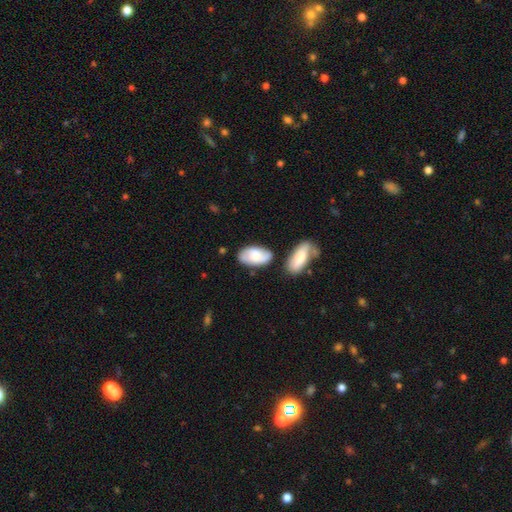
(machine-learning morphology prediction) Smooth or featured? smooth (63%)
How rounded? in between (94%)
Merging? none (65%)